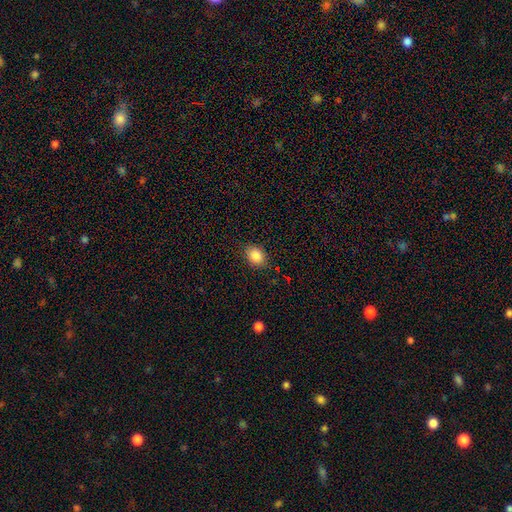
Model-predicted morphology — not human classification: Smooth or featured? smooth (87%)
How rounded? in between (58%)
Merging? none (85%)